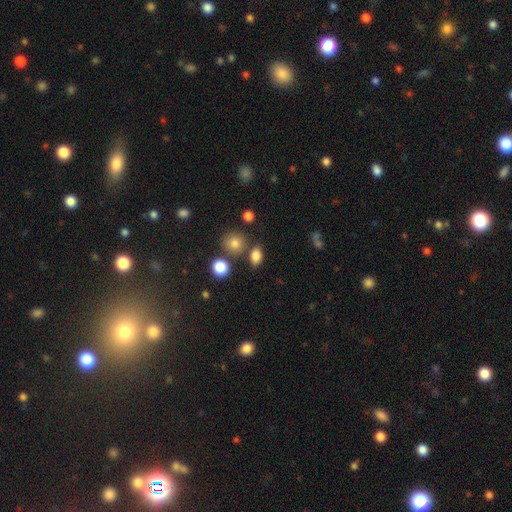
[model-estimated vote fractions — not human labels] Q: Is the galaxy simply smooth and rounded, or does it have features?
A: smooth — 82%.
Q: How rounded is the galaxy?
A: in between — 72%.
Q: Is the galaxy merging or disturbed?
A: none — 72%.